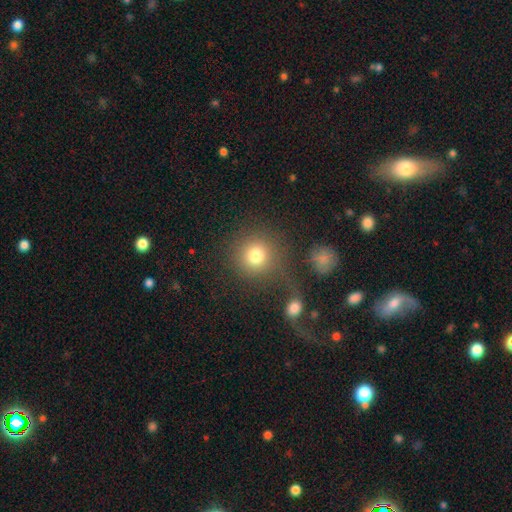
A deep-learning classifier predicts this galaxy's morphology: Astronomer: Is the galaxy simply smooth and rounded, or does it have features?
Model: smooth — 78%.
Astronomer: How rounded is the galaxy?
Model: round — 91%.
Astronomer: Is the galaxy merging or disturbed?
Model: none — 69%.